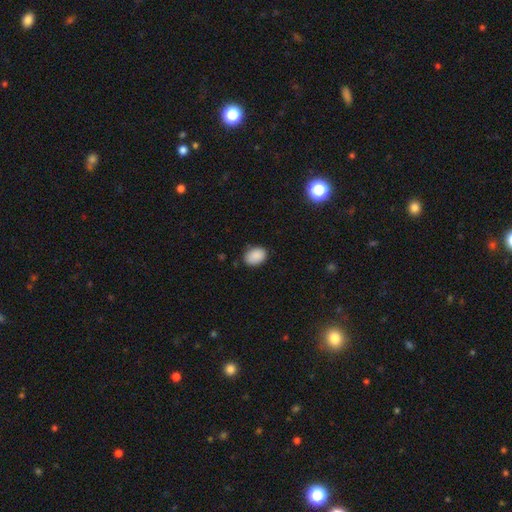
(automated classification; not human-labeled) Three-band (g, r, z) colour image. It shows a smooth galaxy with no disk features (89%) that is in between round and cigar-shaped (72%). Merging: none (82%).